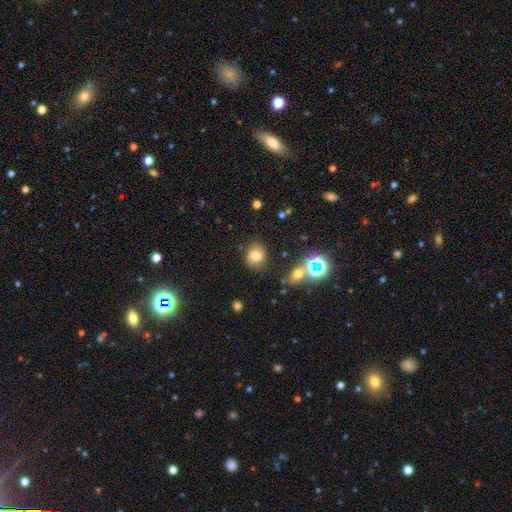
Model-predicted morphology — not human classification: smooth-or-featured: smooth: 74% | star or artifact: 14% | featured or disk: 12%
  how-rounded: round: 77% | in between: 22% | cigar-shaped: 1%
  merging: none: 73% | minor disturbance: 17% | major disturbance: 6% | merger: 4%